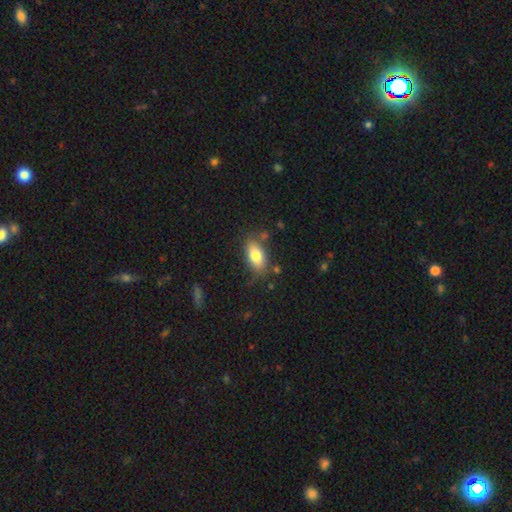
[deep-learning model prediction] smooth_or_featured: smooth (p=0.79) [alt: featured or disk p=0.13]
how_rounded: in between (p=0.90) [alt: cigar-shaped p=0.05]
merging: none (p=0.75) [alt: minor disturbance p=0.17]